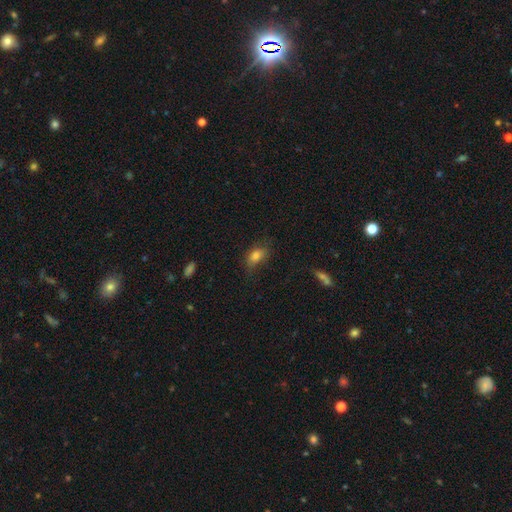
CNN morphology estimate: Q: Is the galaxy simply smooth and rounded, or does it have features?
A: smooth — 78%.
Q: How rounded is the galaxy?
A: in between — 83%.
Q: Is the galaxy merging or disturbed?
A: none — 60%.